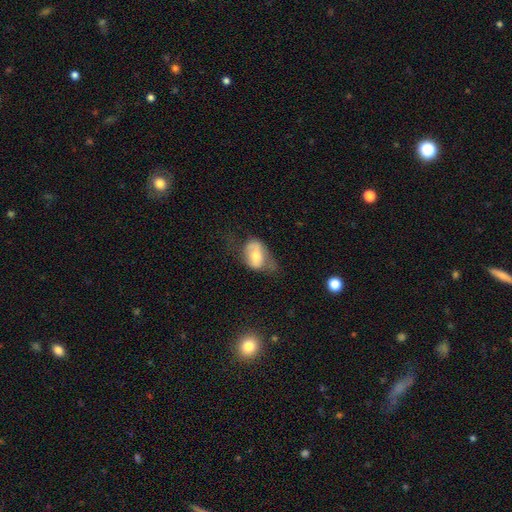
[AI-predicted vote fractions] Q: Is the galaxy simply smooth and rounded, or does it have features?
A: smooth — 57%.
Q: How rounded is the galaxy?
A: in between — 85%.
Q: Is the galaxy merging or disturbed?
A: minor disturbance — 35%.